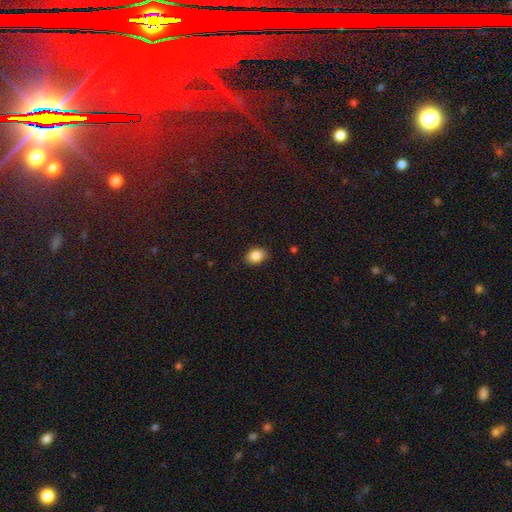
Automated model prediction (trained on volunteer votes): Smooth or featured? smooth (86%)
How rounded? in between (67%)
Merging? none (87%)